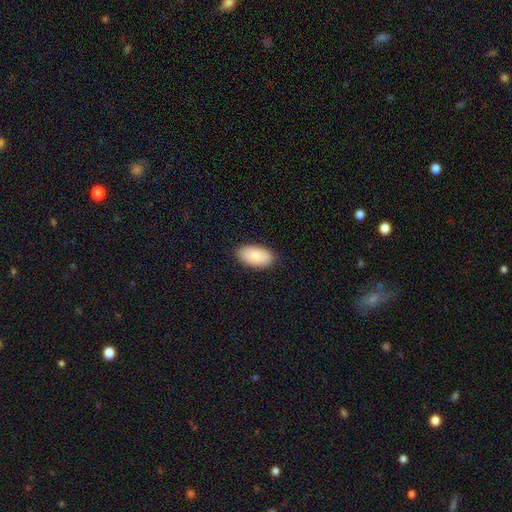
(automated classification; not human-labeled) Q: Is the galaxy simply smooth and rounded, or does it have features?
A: smooth — 85%.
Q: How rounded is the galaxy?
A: in between — 96%.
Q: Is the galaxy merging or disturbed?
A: none — 88%.